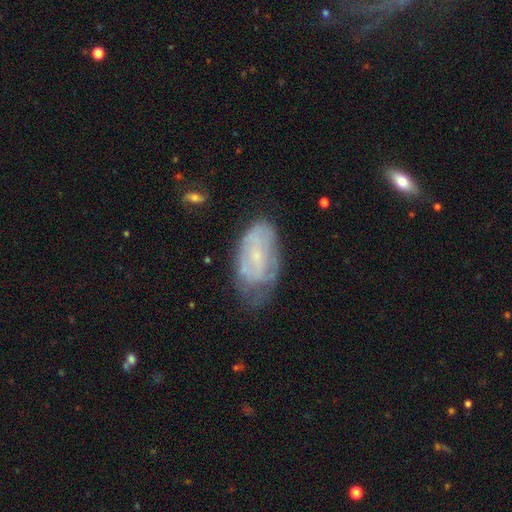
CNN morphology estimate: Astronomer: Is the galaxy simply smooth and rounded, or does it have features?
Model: featured or disk — 58%.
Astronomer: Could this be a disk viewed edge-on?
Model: no — 93%.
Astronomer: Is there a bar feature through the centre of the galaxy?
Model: no — 56% (runner-up: weak, 35%).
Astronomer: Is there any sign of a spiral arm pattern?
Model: yes — 60% (runner-up: no, 40%).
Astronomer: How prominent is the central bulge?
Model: small — 69%.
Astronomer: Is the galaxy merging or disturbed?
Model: none — 50% (runner-up: minor disturbance, 32%).